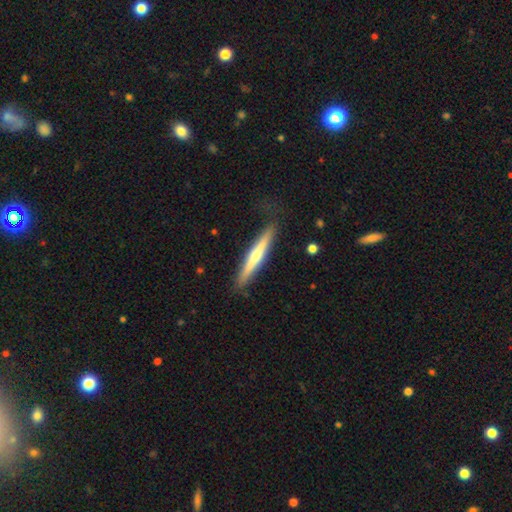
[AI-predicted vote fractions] Q: Smooth or featured?
A: featured or disk (52%); runner-up: smooth (43%)
Q: Edge-on disk?
A: yes (96%); runner-up: no (4%)
Q: Merging?
A: none (85%); runner-up: minor disturbance (12%)